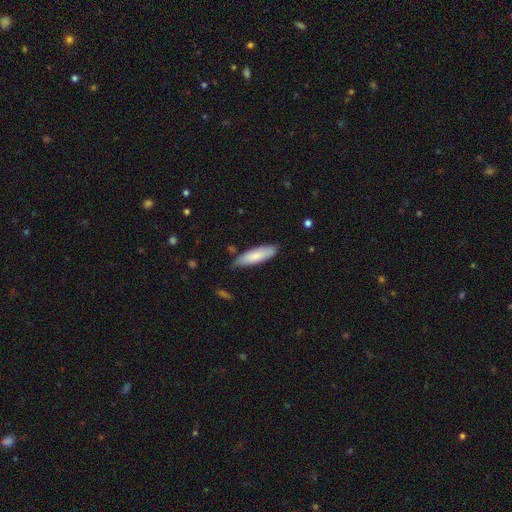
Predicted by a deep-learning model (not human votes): Overall: smooth (79%). How rounded: cigar-shaped (54%; in between 44%). Merging: none (78%).